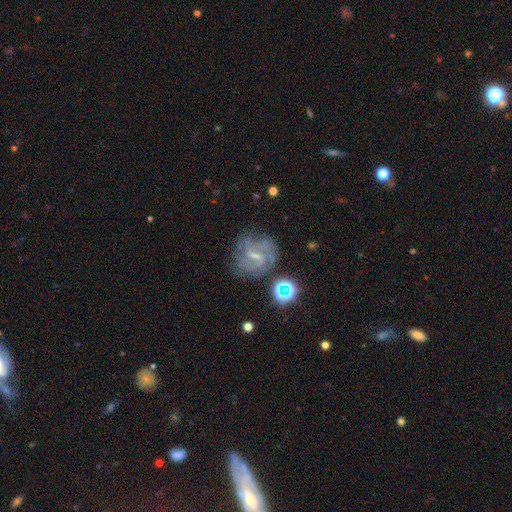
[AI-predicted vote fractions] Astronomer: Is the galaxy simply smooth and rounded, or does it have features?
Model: featured or disk — 70%.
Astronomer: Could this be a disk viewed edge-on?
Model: no — 96%.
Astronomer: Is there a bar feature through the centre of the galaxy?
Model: weak — 55%.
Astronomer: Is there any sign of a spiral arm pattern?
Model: yes — 84%.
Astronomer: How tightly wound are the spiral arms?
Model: tight — 45% (runner-up: medium, 40%).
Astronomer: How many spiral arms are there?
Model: can't tell — 39% (runner-up: 2, 29%).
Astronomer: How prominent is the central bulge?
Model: small — 55%.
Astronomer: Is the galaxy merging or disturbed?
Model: none — 64%.